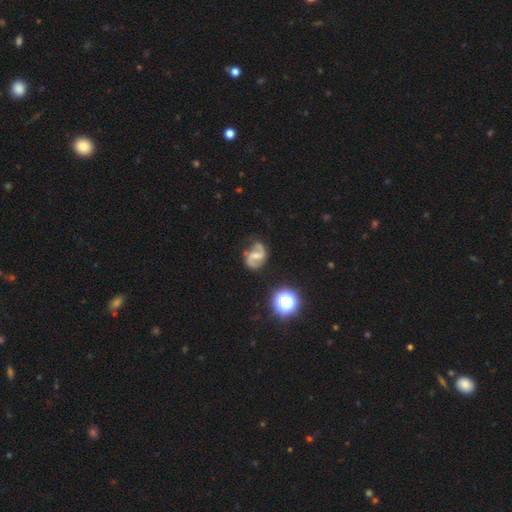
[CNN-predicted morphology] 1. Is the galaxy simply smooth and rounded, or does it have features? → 83% featured or disk, 9% smooth, 8% star or artifact.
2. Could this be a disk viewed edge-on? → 98% no, 2% yes.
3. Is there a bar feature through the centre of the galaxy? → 50% weak, 29% strong, 21% no.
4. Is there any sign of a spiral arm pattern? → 96% yes, 4% no.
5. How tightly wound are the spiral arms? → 48% medium, 38% loose, 14% tight.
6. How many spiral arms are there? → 92% 2, 3% can't tell, 2% 1, 1% 3, 1% 4, 1% more than 4.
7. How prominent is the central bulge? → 44% small, 34% moderate, 17% none, 3% large, 1% dominant.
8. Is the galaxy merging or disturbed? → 73% none, 18% minor disturbance, 6% major disturbance, 3% merger.